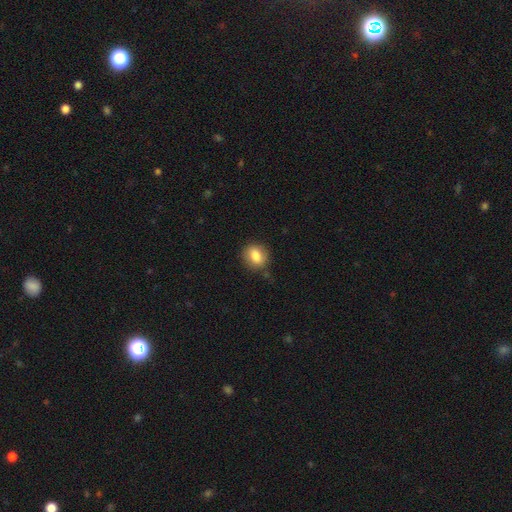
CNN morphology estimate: This appears to be a smooth galaxy with no disk features (83%) that is round (55%). Merging: none (80%).